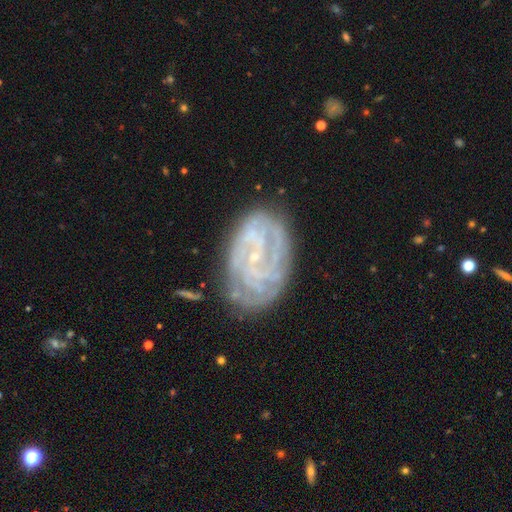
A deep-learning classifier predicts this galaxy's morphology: Smooth or featured?
  - featured or disk: 84% *
  - smooth: 9%
  - star or artifact: 7%
Edge-on disk?
  - no: 97% *
  - yes: 3%
Bar?
  - no: 57% *
  - weak: 33%
  - strong: 10%
Spiral arms?
  - yes: 94% *
  - no: 6%
Spiral winding?
  - tight: 67% *
  - medium: 27%
  - loose: 7%
Spiral arm count?
  - can't tell: 30% *
  - 2: 21%
  - 3: 19%
  - 4: 15%
  - more than 4: 8%
  - 1: 7%
Bulge size?
  - small: 84% *
  - moderate: 9%
  - none: 6%
  - large: 1%
  - dominant: 1%
Merging?
  - none: 73% *
  - minor disturbance: 18%
  - major disturbance: 7%
  - merger: 2%